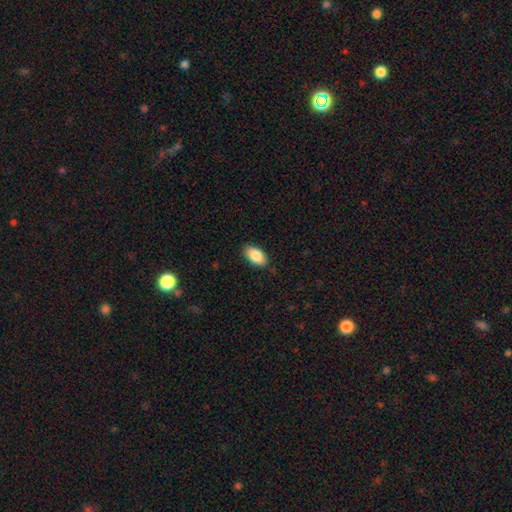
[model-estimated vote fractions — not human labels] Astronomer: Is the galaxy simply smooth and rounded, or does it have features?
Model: smooth — 86%.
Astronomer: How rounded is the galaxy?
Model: in between — 94%.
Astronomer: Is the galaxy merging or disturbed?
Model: none — 87%.